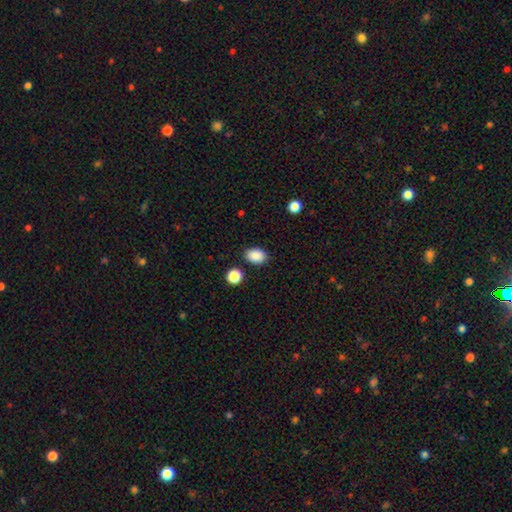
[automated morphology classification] The model was most divided on "how rounded": in between: 79%, round: 20%, cigar-shaped: 1%. More confident: smooth or featured — smooth (89%); merging — none (85%).